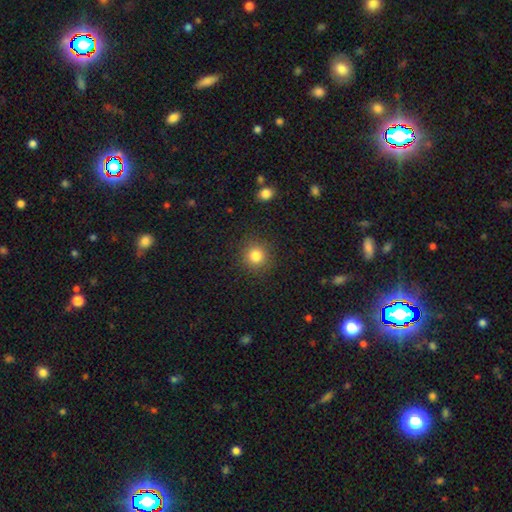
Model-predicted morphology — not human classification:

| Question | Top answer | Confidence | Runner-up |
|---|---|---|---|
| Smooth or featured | smooth | 82% | star or artifact (12%) |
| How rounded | round | 92% | in between (7%) |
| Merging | none | 90% | minor disturbance (6%) |